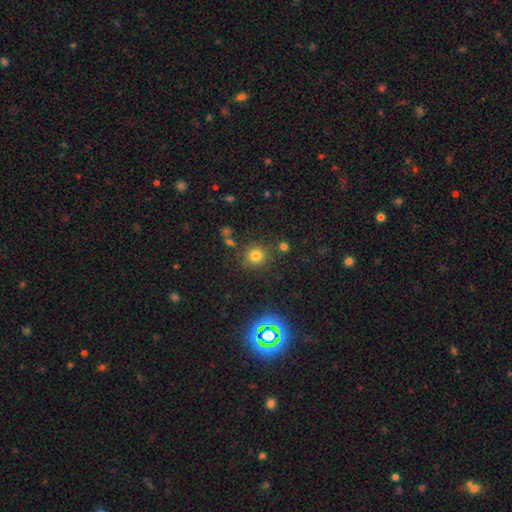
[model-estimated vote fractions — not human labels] This is likely a smooth galaxy (72%). How rounded: clearly round (88%). Merging: clearly none (80%).